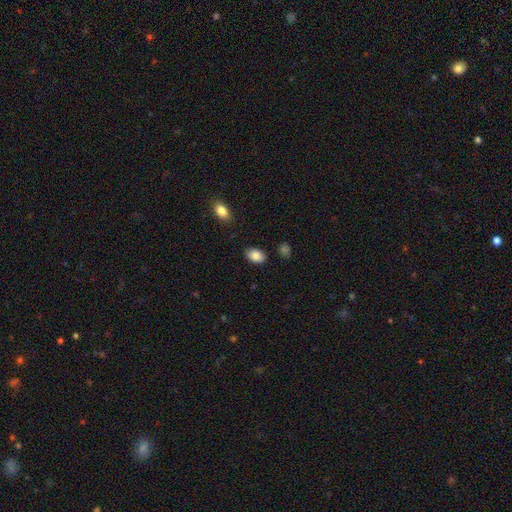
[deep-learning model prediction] Morphology: type=smooth (86%); roundness=in between (89%); merging=none (85%).